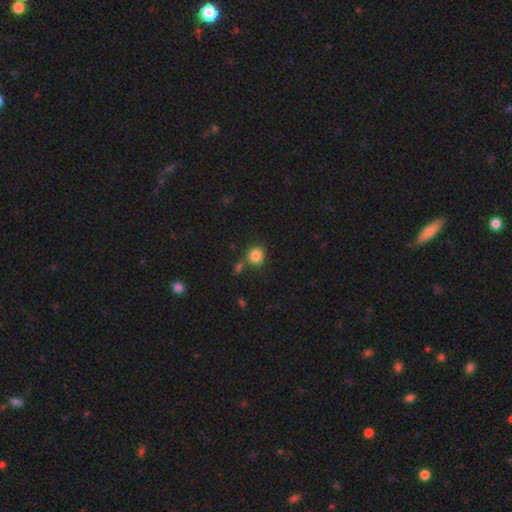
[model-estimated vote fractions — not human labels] Morphology: type=smooth (85%); roundness=round (90%); merging=none (70%).